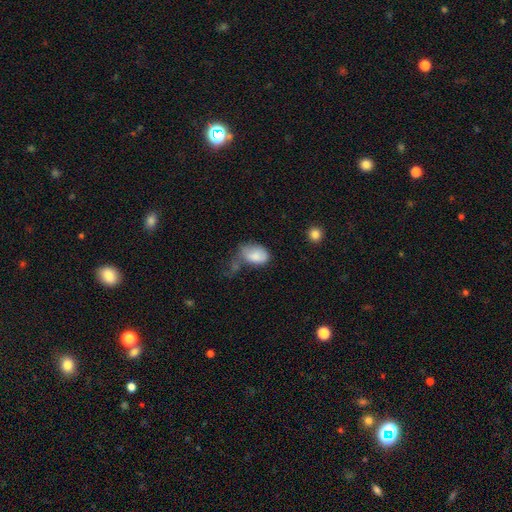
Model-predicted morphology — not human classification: Smooth or featured? smooth (80%)
How rounded? in between (86%)
Merging? minor disturbance (31%)